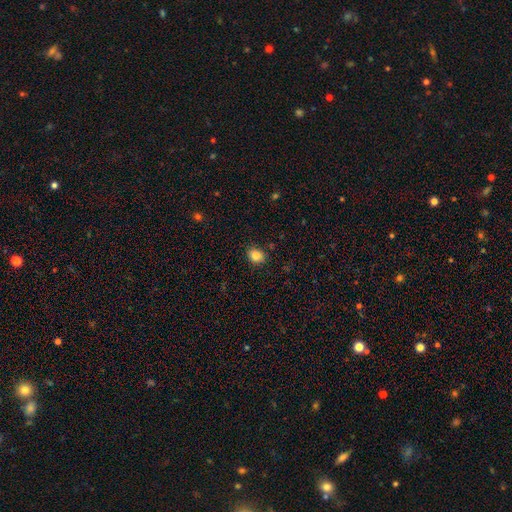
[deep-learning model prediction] smooth 85%, star or artifact 10%, featured or disk 5%. Down the decision tree: how rounded — round (56%); merging — none (84%).